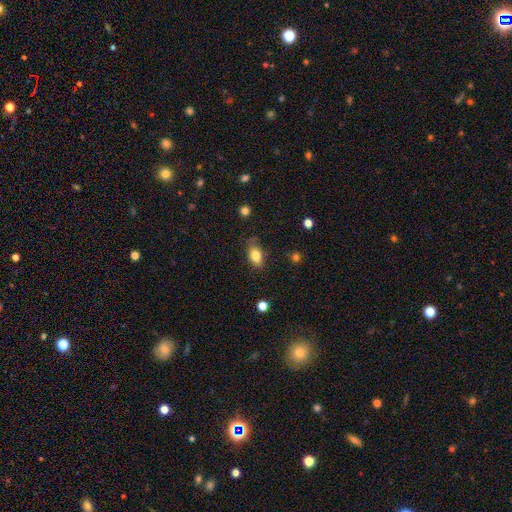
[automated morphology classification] Q: Smooth or featured?
A: smooth (82%); runner-up: featured or disk (10%)
Q: How rounded?
A: in between (84%); runner-up: round (13%)
Q: Merging?
A: none (73%); runner-up: minor disturbance (20%)